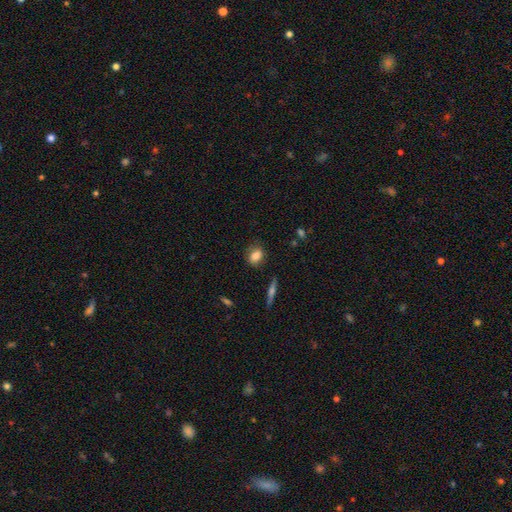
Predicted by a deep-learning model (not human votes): Smooth or featured?
  - smooth: 82% *
  - featured or disk: 10%
  - star or artifact: 9%
How rounded?
  - in between: 63% *
  - round: 34%
  - cigar-shaped: 3%
Merging?
  - none: 78% *
  - minor disturbance: 16%
  - major disturbance: 4%
  - merger: 2%